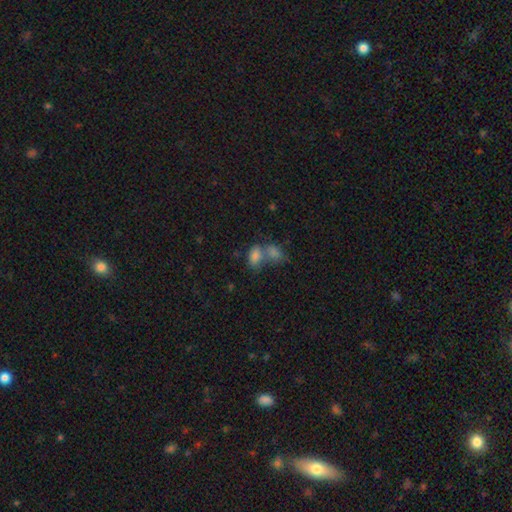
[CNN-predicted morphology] Smooth or featured? smooth (80%)
How rounded? in between (85%)
Merging? merger (59%)